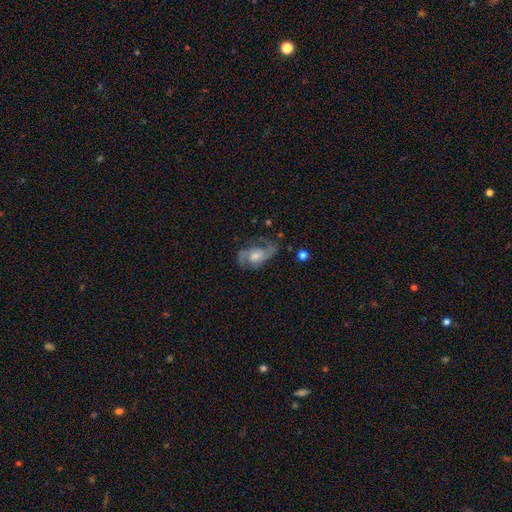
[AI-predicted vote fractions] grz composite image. It shows a featured or disk galaxy (83%) with no bar (61%), 2 (77%) medium (51%) spiral arms (95%) and a moderate central bulge (57%). Merging: none (66%).